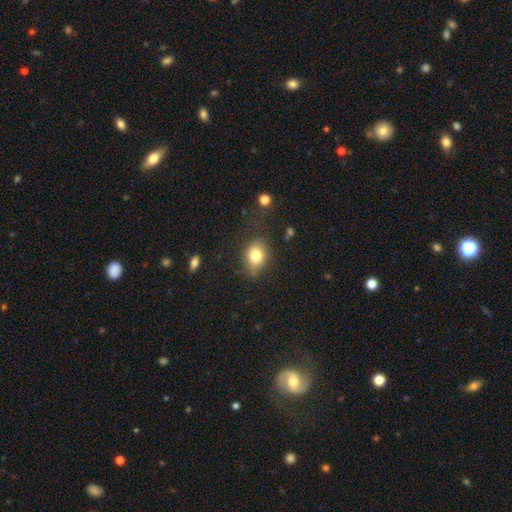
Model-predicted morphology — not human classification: Smooth or featured? smooth (80%)
How rounded? in between (59%)
Merging? none (72%)